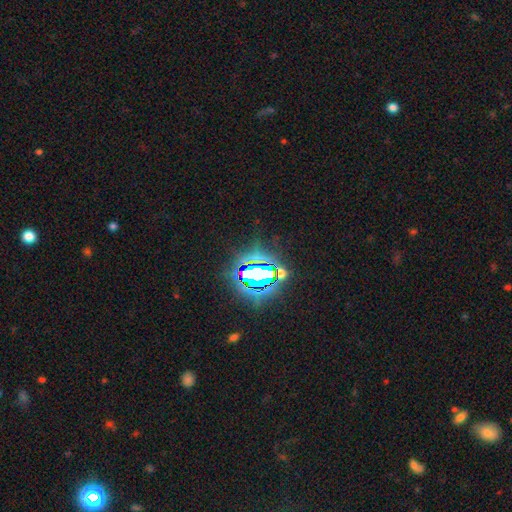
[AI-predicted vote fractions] smooth-or-featured: star or artifact: 78% | smooth: 11% | featured or disk: 11%